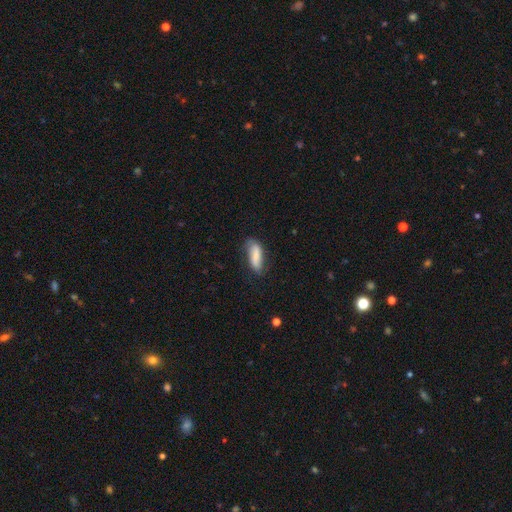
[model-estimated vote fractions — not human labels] This is likely a smooth galaxy (72%). How rounded: likely in between (64%). Merging: likely none (63%).